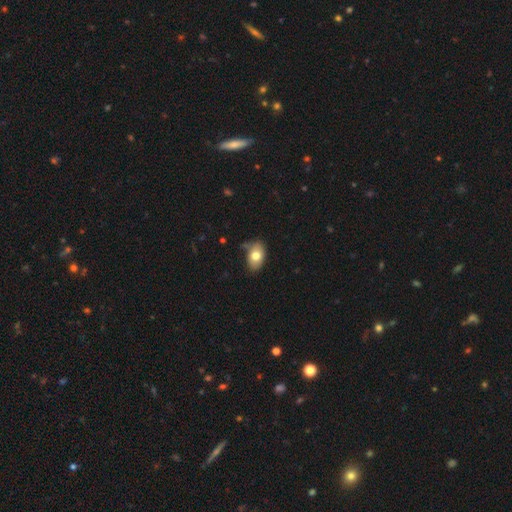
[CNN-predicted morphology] Smooth or featured? Predicted: smooth (p=0.76). How rounded? Predicted: in between (p=0.86). Merging? Predicted: none (p=0.62).